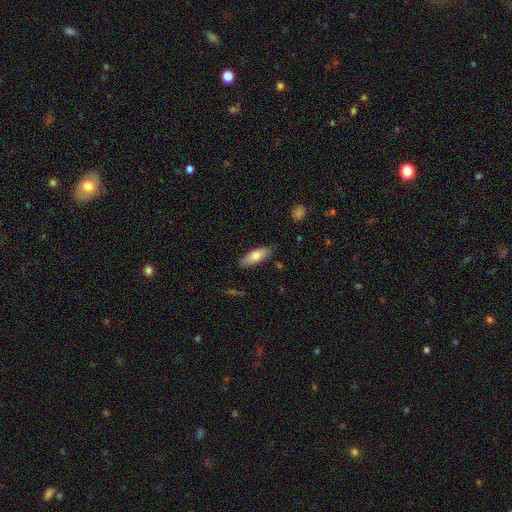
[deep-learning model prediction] Smooth or featured: smooth — 73% (featured or disk — 20%)
How rounded: in between — 70% (cigar-shaped — 28%)
Merging: none — 82% (minor disturbance — 14%)